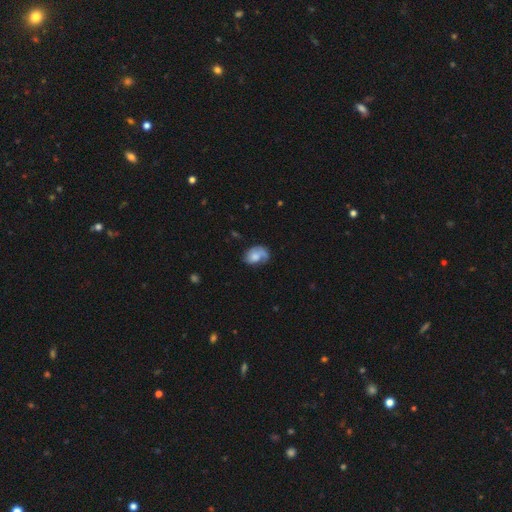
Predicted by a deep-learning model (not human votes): Smooth or featured? featured or disk (46%, tied with smooth)
Merging? none (47%)